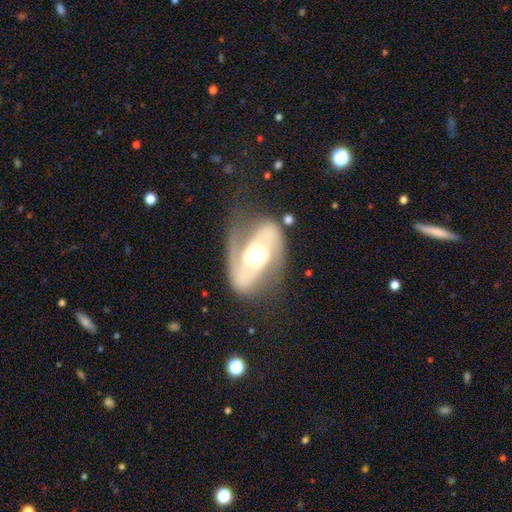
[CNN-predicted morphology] featured or disk 89%, smooth 7%, star or artifact 5%. Down the decision tree: edge-on disk — no (97%); bar — no (46%); spiral arms — yes (96%); spiral arm count — 2 (91%); spiral winding — medium (52%); bulge size — moderate (55%); merging — none (63%).